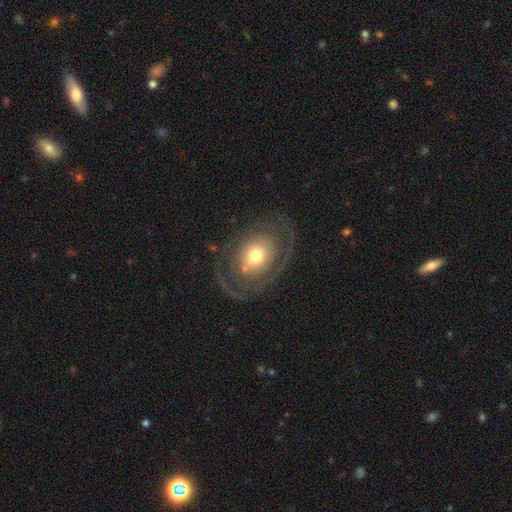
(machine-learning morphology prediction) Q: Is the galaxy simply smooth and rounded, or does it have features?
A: featured or disk — 69%.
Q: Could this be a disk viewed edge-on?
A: no — 95%.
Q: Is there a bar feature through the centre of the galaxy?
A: no — 81%.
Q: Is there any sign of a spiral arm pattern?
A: yes — 70%.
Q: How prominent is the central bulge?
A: moderate — 61%.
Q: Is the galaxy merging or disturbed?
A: none — 67%.